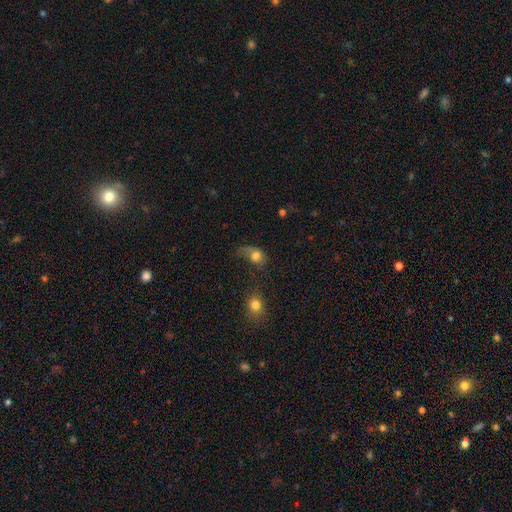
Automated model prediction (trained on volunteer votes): A smooth galaxy with no disk features (73%) that is in between round and cigar-shaped (57%).

Vote fractions:
- Smooth or featured? smooth: 73% / featured or disk: 17% / star or artifact: 10%
- How rounded? in between: 57% / round: 41% / cigar-shaped: 2%
- Merging? major disturbance: 41% / none: 25% / minor disturbance: 24% / merger: 10%